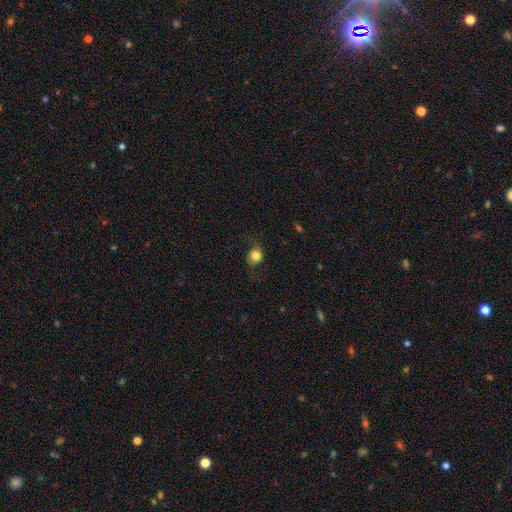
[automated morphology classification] Smooth or featured? smooth (75%)
How rounded? round (78%)
Merging? none (67%)